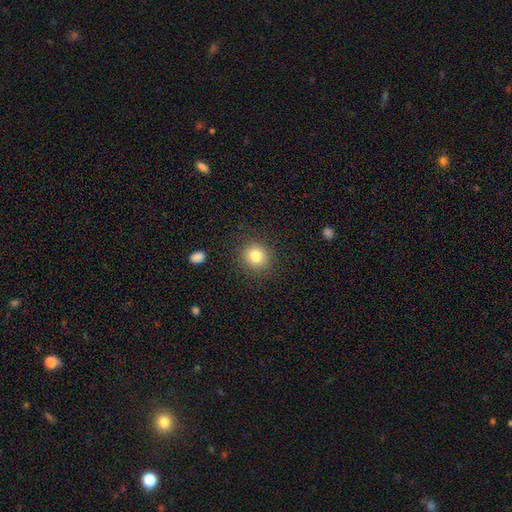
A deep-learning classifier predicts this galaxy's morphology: Smooth or featured: smooth — 81% (star or artifact — 11%)
How rounded: round — 86% (in between — 13%)
Merging: none — 88% (minor disturbance — 8%)